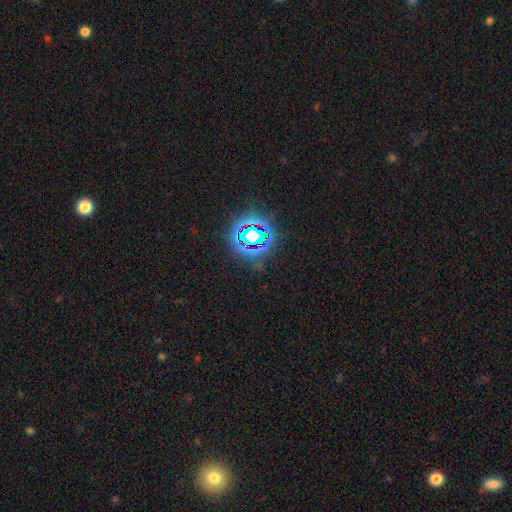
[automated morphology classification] smooth_or_featured: star or artifact (p=0.80) [alt: smooth p=0.14]